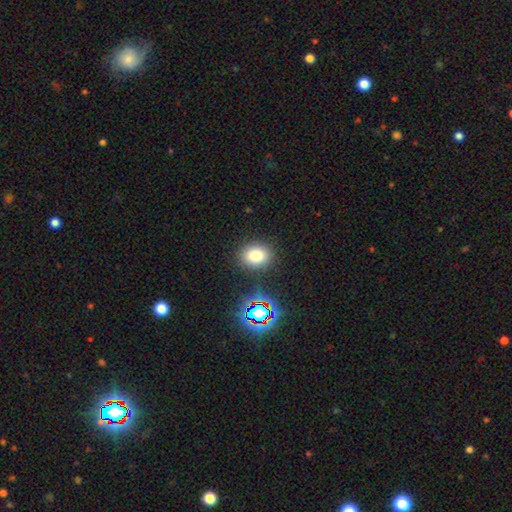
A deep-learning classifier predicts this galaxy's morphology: A smooth galaxy with no disk features (79%) that is in between round and cigar-shaped (57%).

Vote fractions:
- Smooth or featured? smooth: 79% / star or artifact: 15% / featured or disk: 7%
- How rounded? in between: 57% / round: 42% / cigar-shaped: 1%
- Merging? none: 86% / minor disturbance: 9% / major disturbance: 3% / merger: 3%